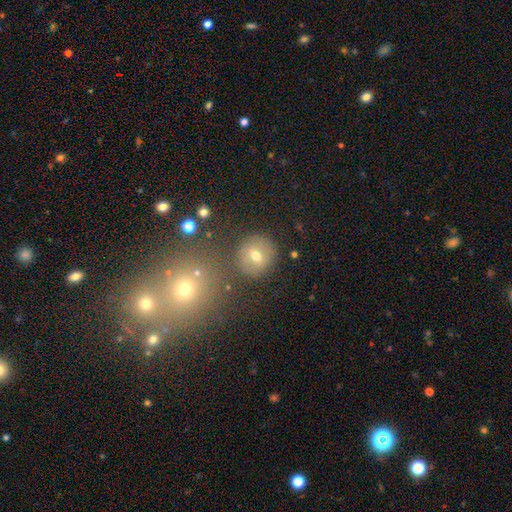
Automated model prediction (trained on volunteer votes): Overall: smooth (61%; featured or disk 26%). How rounded: round (88%). Merging: none (78%).